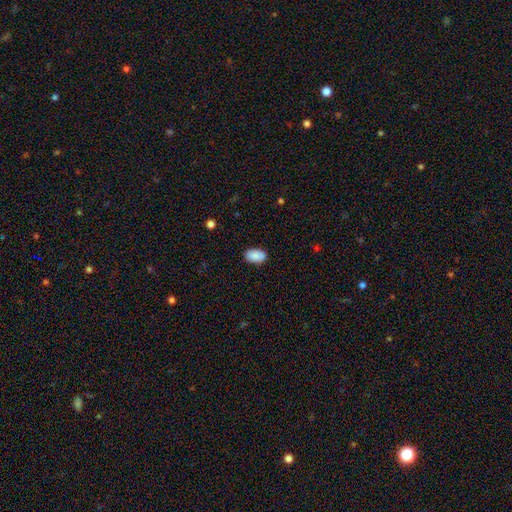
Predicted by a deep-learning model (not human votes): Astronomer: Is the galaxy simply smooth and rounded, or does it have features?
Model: smooth — 88%.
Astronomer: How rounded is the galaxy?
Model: in between — 92%.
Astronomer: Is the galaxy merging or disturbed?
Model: none — 84%.